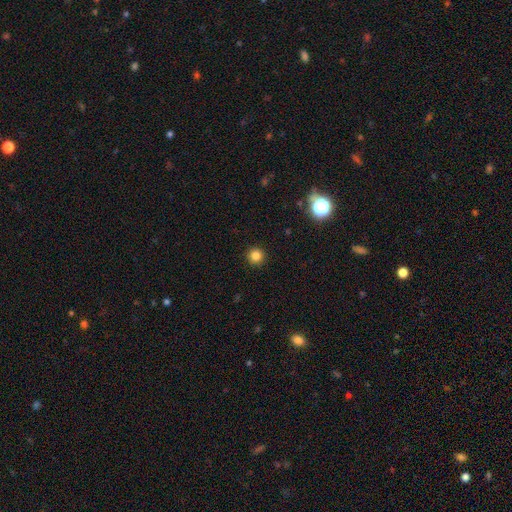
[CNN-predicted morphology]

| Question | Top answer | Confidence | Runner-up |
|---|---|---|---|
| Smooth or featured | smooth | 83% | star or artifact (13%) |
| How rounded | round | 96% | in between (3%) |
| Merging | none | 93% | minor disturbance (4%) |